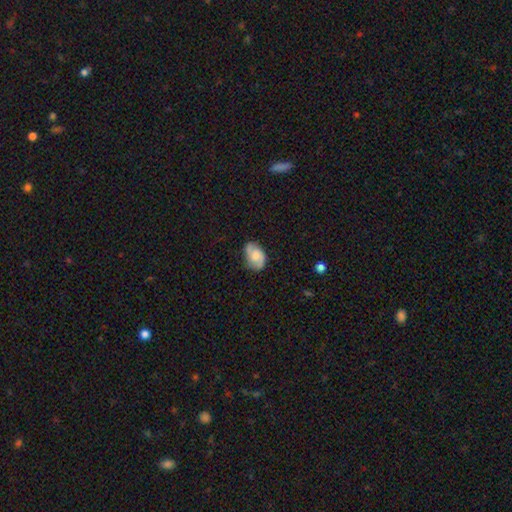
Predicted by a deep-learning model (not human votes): A featured or disk galaxy (52%). Merging: none (70%).